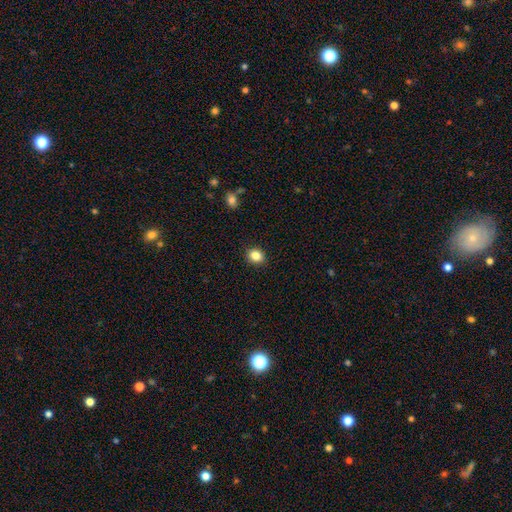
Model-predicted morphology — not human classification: Smooth or featured?
  - smooth: 85% *
  - star or artifact: 10%
  - featured or disk: 5%
How rounded?
  - round: 68% *
  - in between: 31%
  - cigar-shaped: 1%
Merging?
  - none: 91% *
  - minor disturbance: 6%
  - major disturbance: 2%
  - merger: 1%